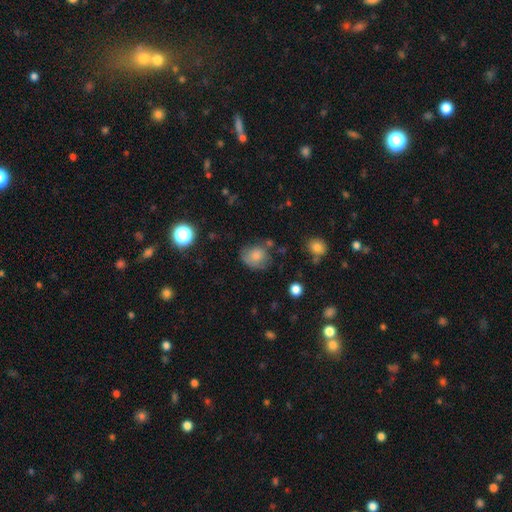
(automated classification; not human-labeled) Overall: smooth (76%). How rounded: round (66%; in between 33%). Merging: none (56%; minor disturbance 28%).